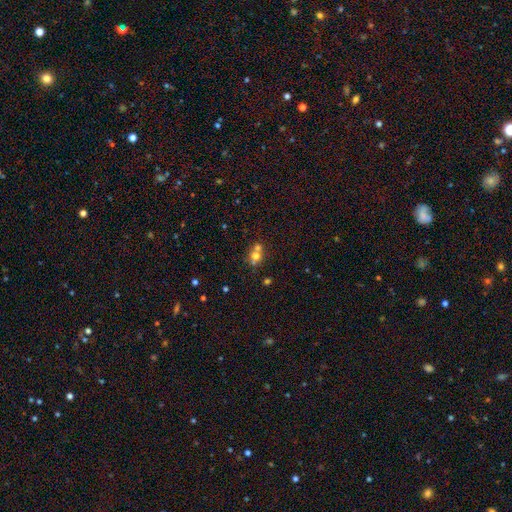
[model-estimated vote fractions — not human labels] Overall: smooth (62%). How rounded: round (77%). Merging: merger (51%; none 39%).